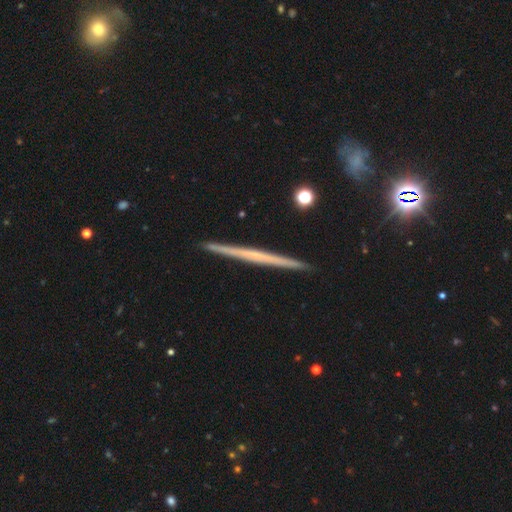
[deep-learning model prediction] smooth_or_featured: featured or disk (p=0.67) [alt: smooth p=0.27]
disk_edge_on: yes (p=0.98) [alt: no p=0.02]
edge_on_bulge: none (p=0.84) [alt: rounded p=0.12]
merging: none (p=0.92) [alt: minor disturbance p=0.05]